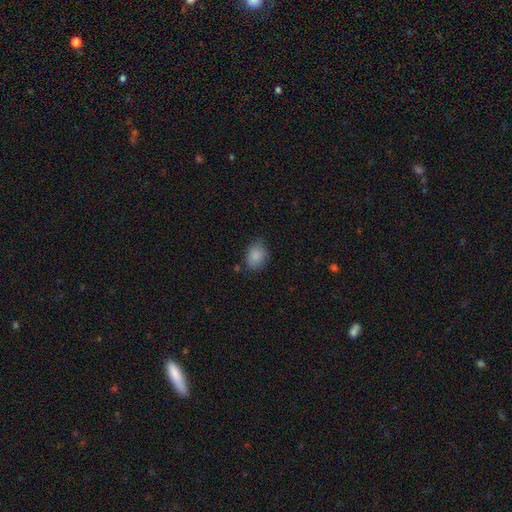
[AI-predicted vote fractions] Q: Smooth or featured?
A: smooth (87%); runner-up: star or artifact (8%)
Q: How rounded?
A: in between (67%); runner-up: round (32%)
Q: Merging?
A: none (75%); runner-up: minor disturbance (19%)